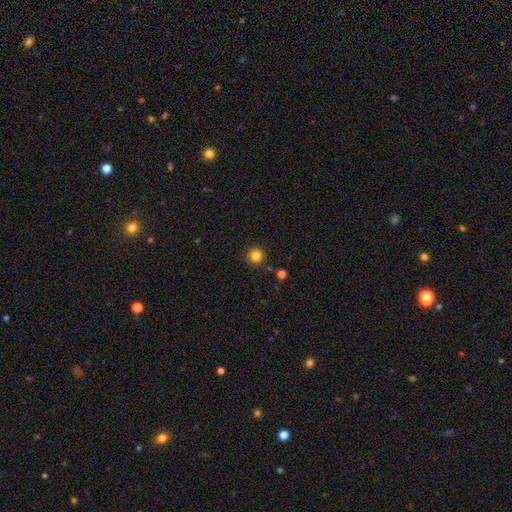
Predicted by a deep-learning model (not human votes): This is clearly a smooth galaxy (83%). How rounded: clearly round (95%). Merging: clearly none (90%).